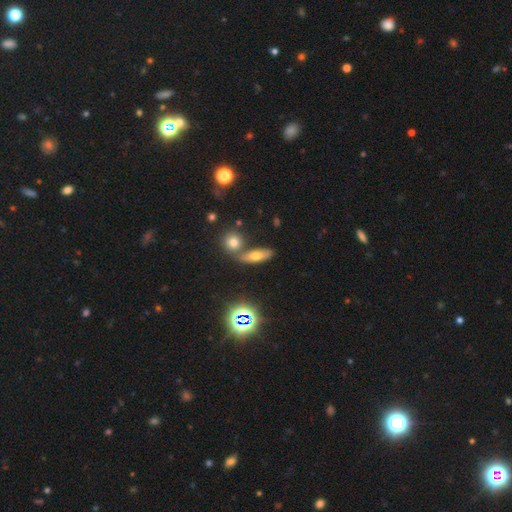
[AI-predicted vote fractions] The model was most divided on "how rounded": in between: 59%, cigar-shaped: 33%, round: 8%. More confident: merging — none (59%); smooth or featured — smooth (57%).